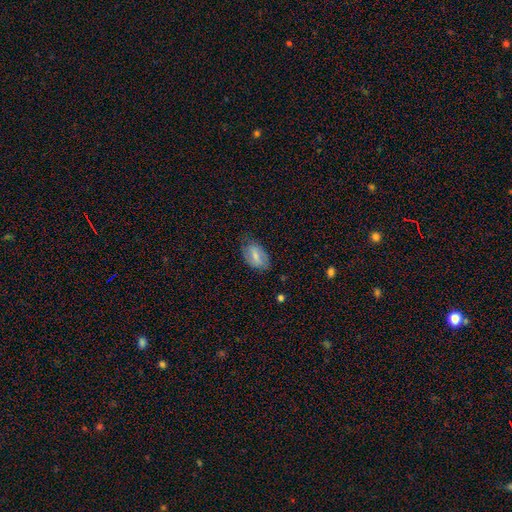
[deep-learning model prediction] smooth-or-featured: smooth: 65% | featured or disk: 27% | star or artifact: 7%
  how-rounded: in between: 91% | round: 7% | cigar-shaped: 2%
  merging: none: 68% | minor disturbance: 25% | major disturbance: 6% | merger: 1%